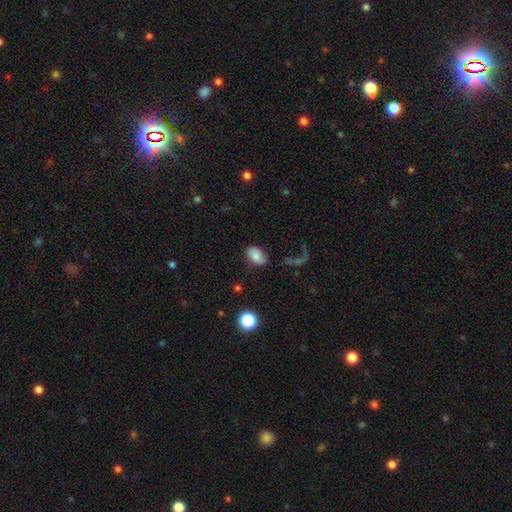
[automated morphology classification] smooth_or_featured: smooth (p=0.74) [alt: featured or disk p=0.16]
how_rounded: in between (p=0.87) [alt: round p=0.12]
merging: none (p=0.72) [alt: minor disturbance p=0.18]